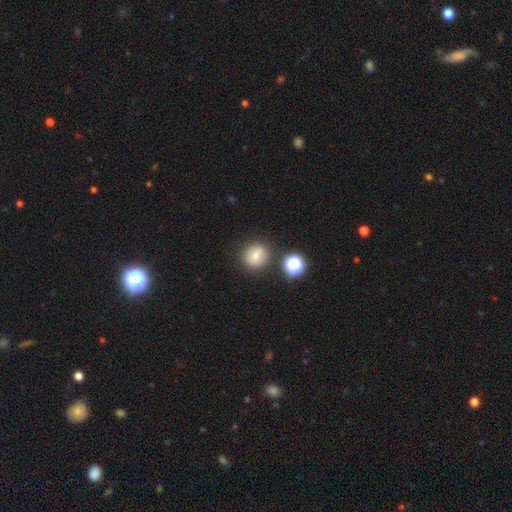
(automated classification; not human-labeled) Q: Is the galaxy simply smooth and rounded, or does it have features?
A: smooth — 72%.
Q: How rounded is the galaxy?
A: round — 84%.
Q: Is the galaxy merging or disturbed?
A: none — 80%.